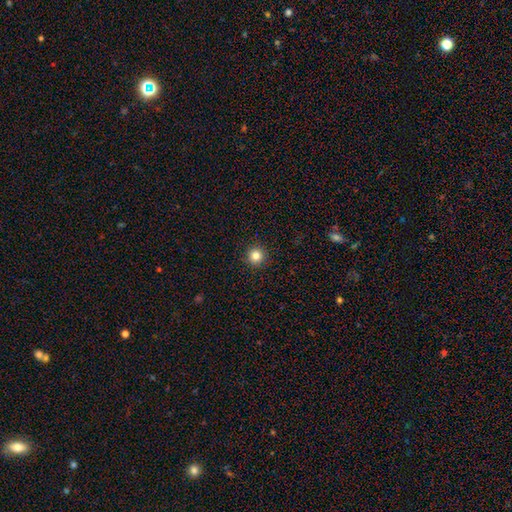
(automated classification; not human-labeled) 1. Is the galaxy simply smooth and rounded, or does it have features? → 82% smooth, 12% star or artifact, 6% featured or disk.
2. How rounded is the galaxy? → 96% round, 3% in between, 1% cigar-shaped.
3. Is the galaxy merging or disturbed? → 93% none, 5% minor disturbance, 2% major disturbance, 1% merger.